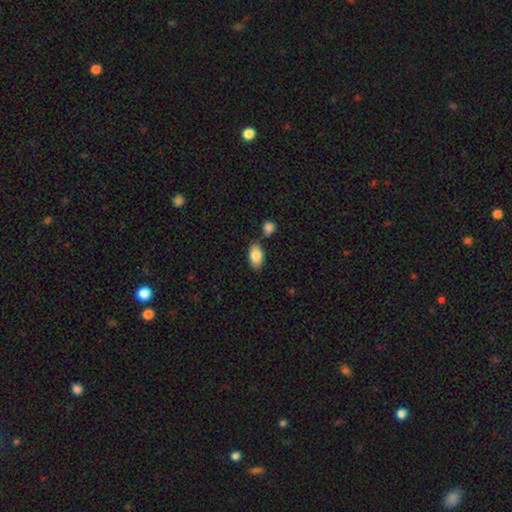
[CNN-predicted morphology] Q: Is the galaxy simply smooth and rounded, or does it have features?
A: smooth — 84%.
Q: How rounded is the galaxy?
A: in between — 93%.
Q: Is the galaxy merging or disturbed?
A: none — 73%.